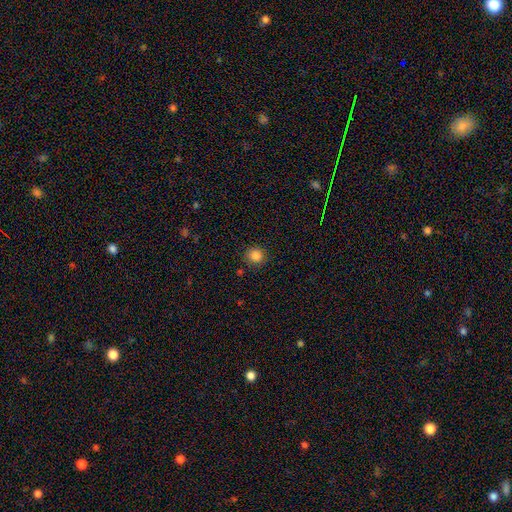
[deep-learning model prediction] Q: Smooth or featured?
A: smooth (84%); runner-up: star or artifact (12%)
Q: How rounded?
A: round (90%); runner-up: in between (9%)
Q: Merging?
A: none (88%); runner-up: minor disturbance (8%)